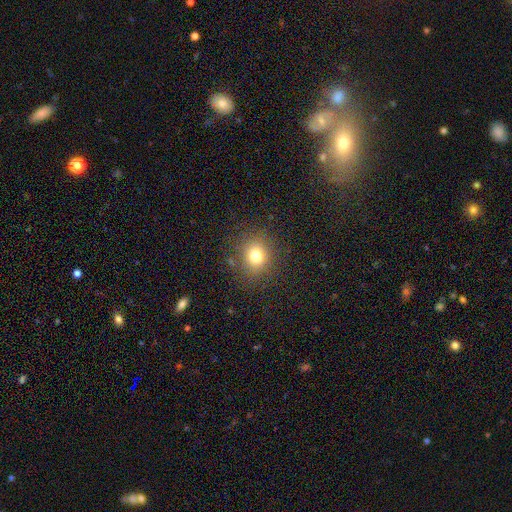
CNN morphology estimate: This appears to be a smooth galaxy with no disk features (76%) that is round (79%). Merging: none (86%).